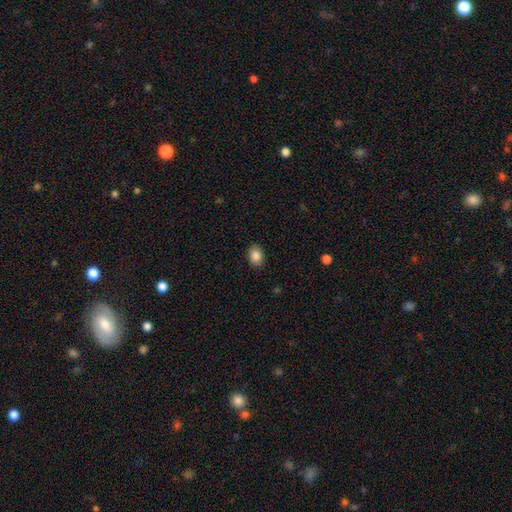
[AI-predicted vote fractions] smooth_or_featured: smooth (p=0.86) [alt: star or artifact p=0.09]
how_rounded: in between (p=0.71) [alt: round p=0.28]
merging: none (p=0.89) [alt: minor disturbance p=0.08]